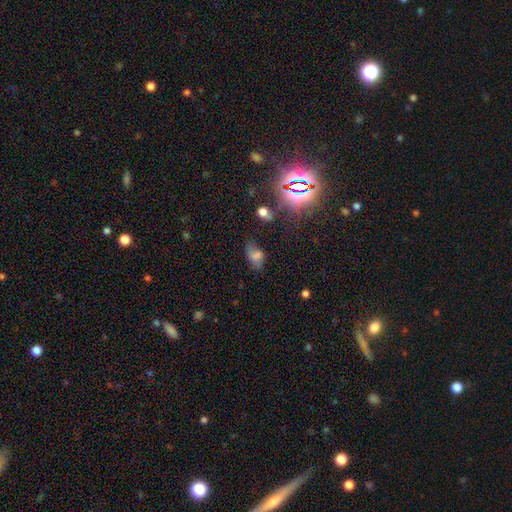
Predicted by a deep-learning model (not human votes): This appears to be a smooth galaxy with no disk features (64%) that is in between round and cigar-shaped (87%). Merging: none (47%).